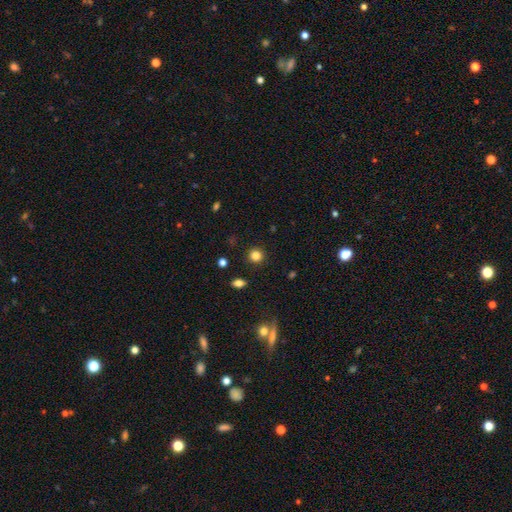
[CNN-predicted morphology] The model was most divided on "smooth or featured": smooth: 83%, star or artifact: 12%, featured or disk: 5%. More confident: how rounded — round (92%); merging — none (91%).